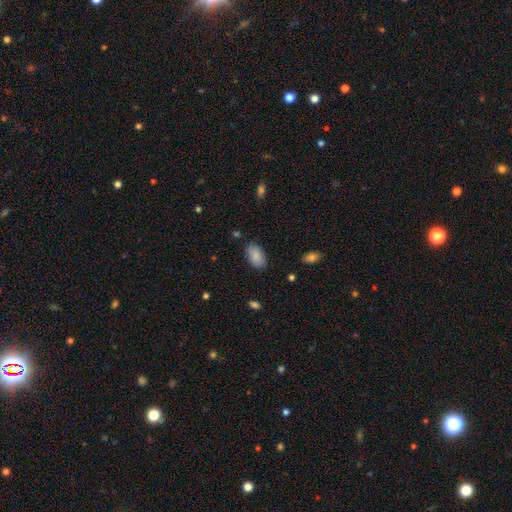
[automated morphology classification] This is clearly a smooth galaxy (86%). How rounded: clearly in between (94%). Merging: clearly none (84%).